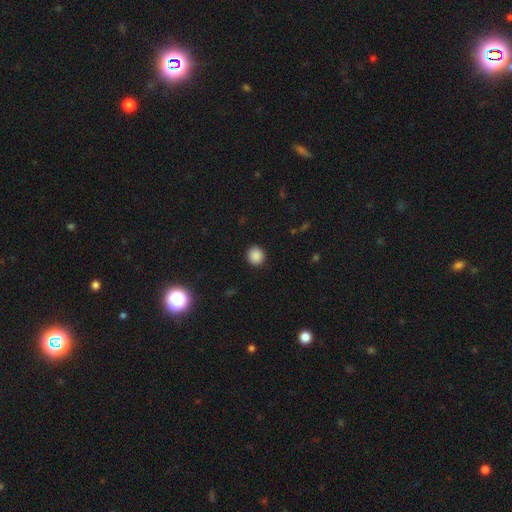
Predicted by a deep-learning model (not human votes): Smooth or featured? smooth (87%)
How rounded? round (90%)
Merging? none (92%)